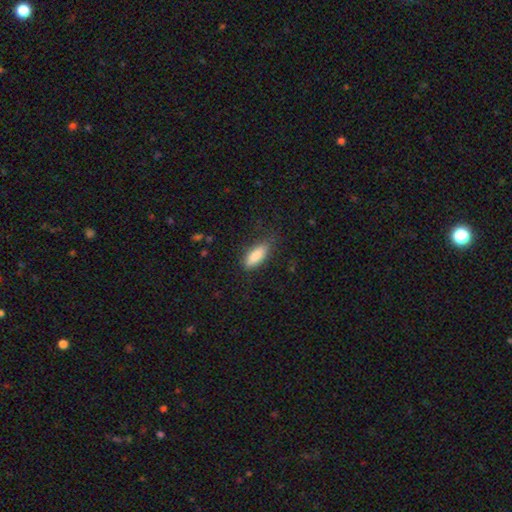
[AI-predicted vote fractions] Overall: smooth (86%). How rounded: in between (75%). Merging: none (78%).